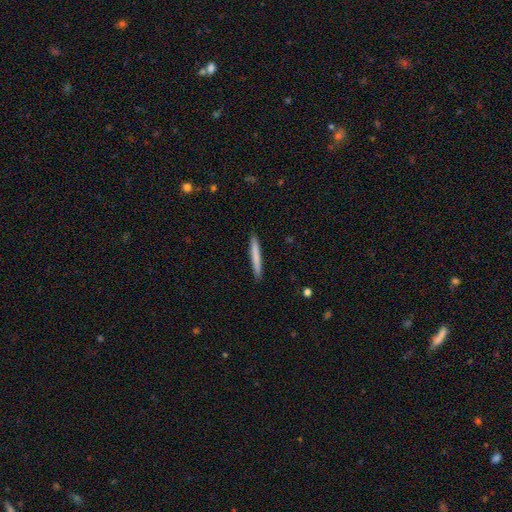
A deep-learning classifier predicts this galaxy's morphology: This appears to be a smooth galaxy with no disk features (76%) that is cigar-shaped (96%). Merging: none (91%).